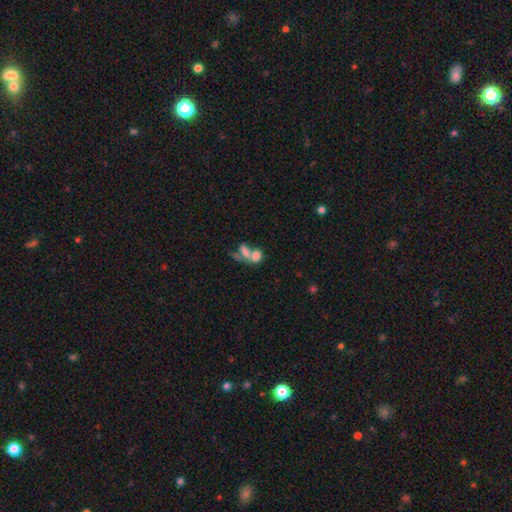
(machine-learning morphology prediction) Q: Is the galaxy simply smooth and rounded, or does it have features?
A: smooth — 69%.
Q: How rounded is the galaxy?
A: in between — 69%.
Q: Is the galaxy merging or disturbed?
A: merger — 65%.